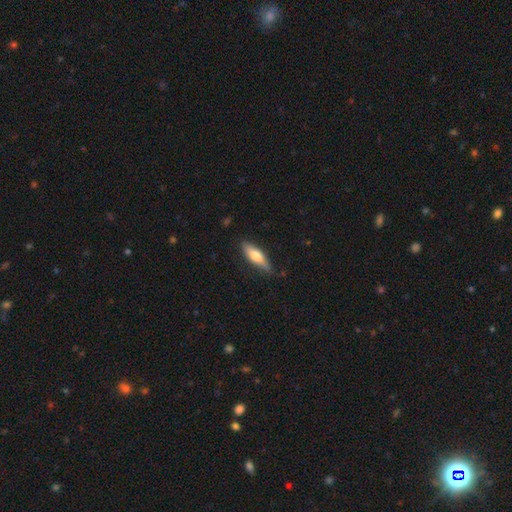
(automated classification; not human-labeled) This appears to be a smooth galaxy with no disk features (63%) that is cigar-shaped (51%). Merging: none (80%).